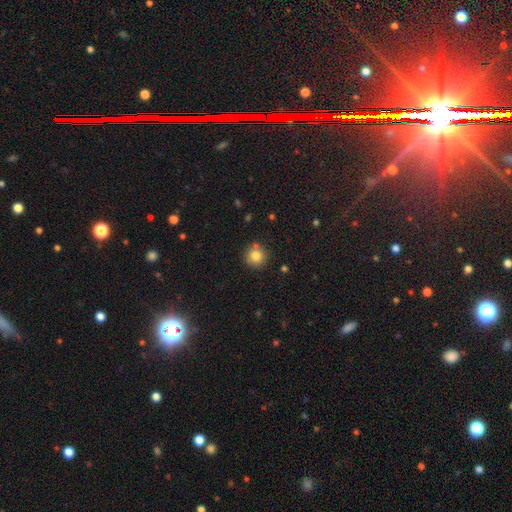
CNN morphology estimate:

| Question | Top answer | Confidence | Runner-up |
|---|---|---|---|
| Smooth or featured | smooth | 81% | star or artifact (12%) |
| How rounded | round | 94% | in between (5%) |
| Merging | none | 81% | minor disturbance (10%) |